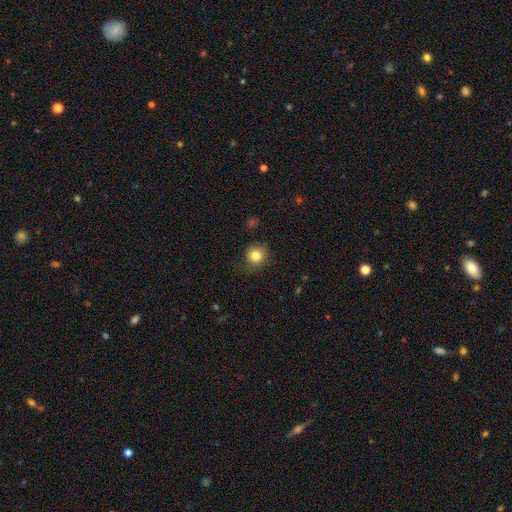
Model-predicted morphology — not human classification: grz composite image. It shows a smooth galaxy with no disk features (82%) that is round (87%). Merging: none (79%).